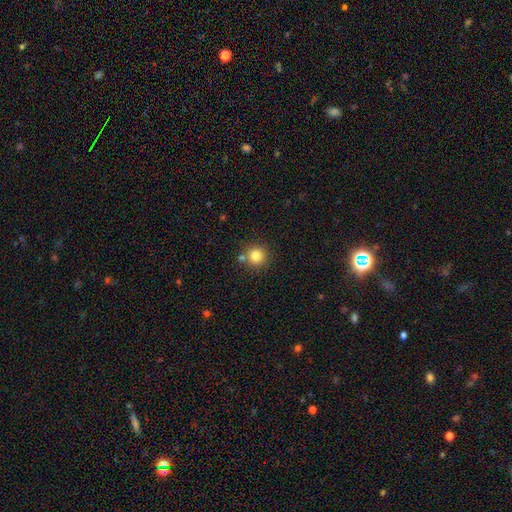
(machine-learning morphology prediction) The model was most divided on "merging": none: 77%, merger: 13%, minor disturbance: 8%, major disturbance: 3%. More confident: how rounded — round (94%); smooth or featured — smooth (81%).